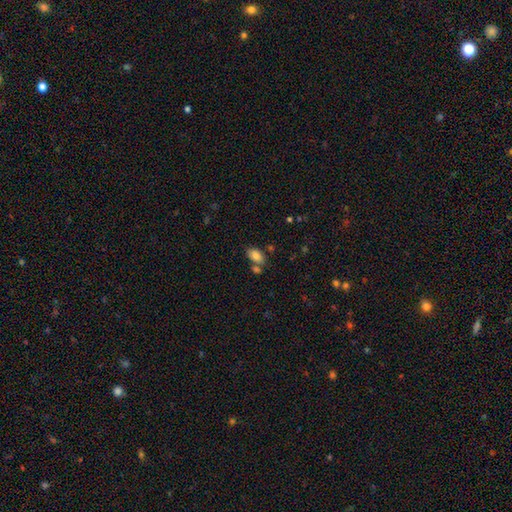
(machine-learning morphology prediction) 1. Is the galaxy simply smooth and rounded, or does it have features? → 83% smooth, 8% star or artifact, 8% featured or disk.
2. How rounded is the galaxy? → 92% in between, 6% round, 2% cigar-shaped.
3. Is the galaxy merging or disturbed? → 64% none, 20% merger, 13% minor disturbance, 4% major disturbance.